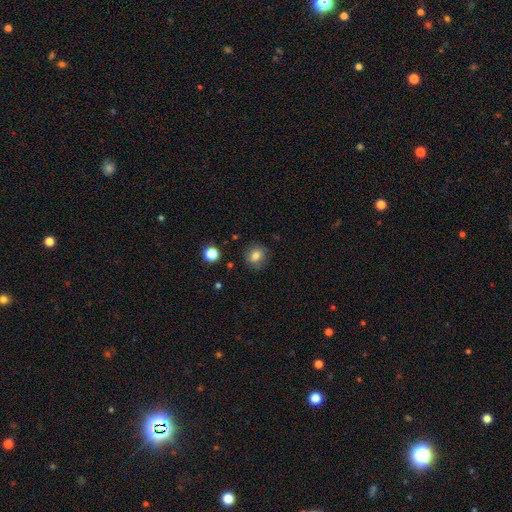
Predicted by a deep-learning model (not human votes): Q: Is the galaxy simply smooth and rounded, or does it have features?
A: smooth — 78%.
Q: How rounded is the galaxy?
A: round — 80%.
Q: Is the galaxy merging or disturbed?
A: none — 84%.